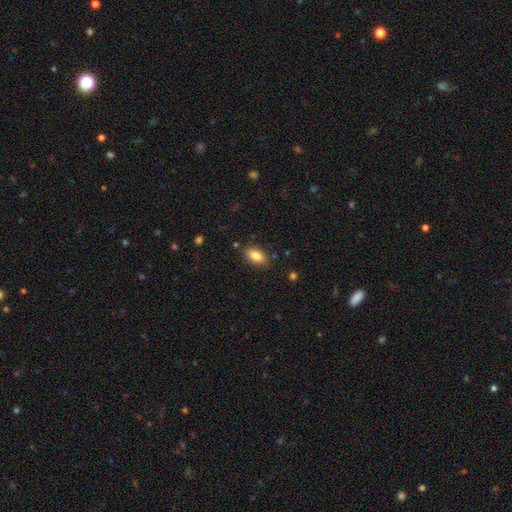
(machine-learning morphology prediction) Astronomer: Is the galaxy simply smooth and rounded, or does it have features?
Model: smooth — 85%.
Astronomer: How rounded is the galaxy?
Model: in between — 91%.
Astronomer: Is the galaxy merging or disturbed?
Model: none — 83%.